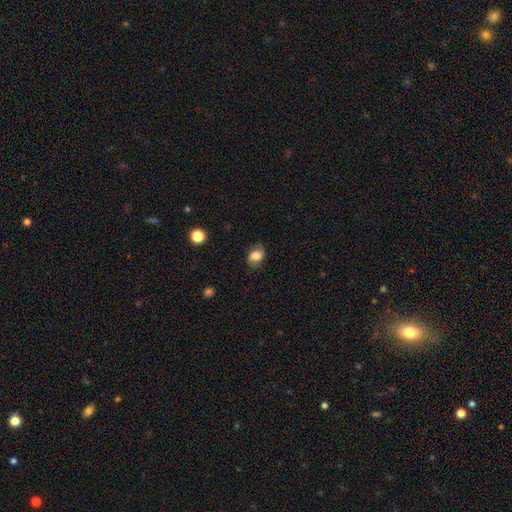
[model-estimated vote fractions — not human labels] The model was most divided on "how rounded": in between: 66%, round: 33%, cigar-shaped: 1%. More confident: merging — none (73%); smooth or featured — smooth (72%).